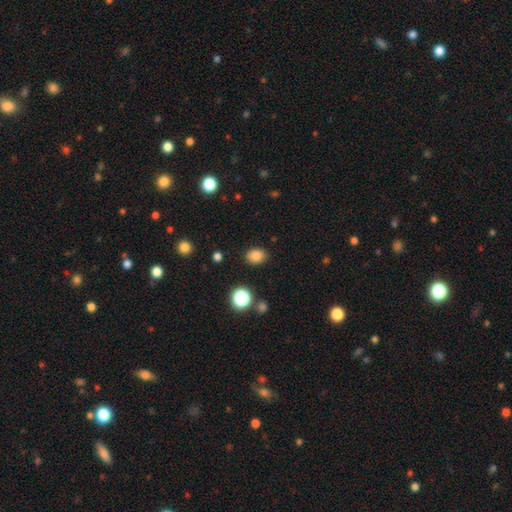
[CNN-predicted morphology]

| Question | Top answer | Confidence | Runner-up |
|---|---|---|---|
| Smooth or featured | smooth | 84% | star or artifact (12%) |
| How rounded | in between | 59% | round (40%) |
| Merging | none | 87% | minor disturbance (9%) |